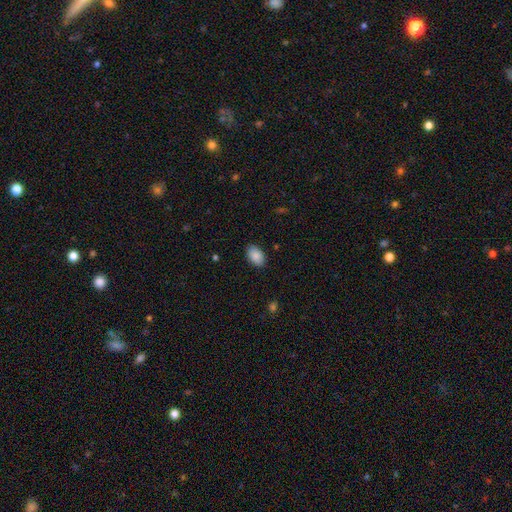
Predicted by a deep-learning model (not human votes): Smooth or featured? Predicted: smooth (p=0.88). How rounded? Predicted: in between (p=0.90). Merging? Predicted: none (p=0.87).